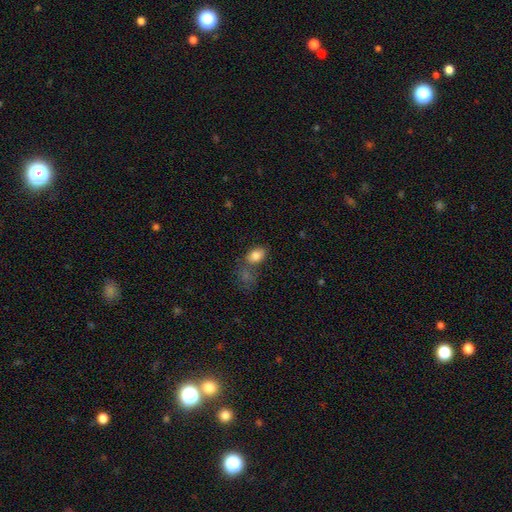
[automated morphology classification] smooth_or_featured: smooth (p=0.83) [alt: star or artifact p=0.09]
how_rounded: in between (p=0.86) [alt: round p=0.12]
merging: none (p=0.54) [alt: merger p=0.22]